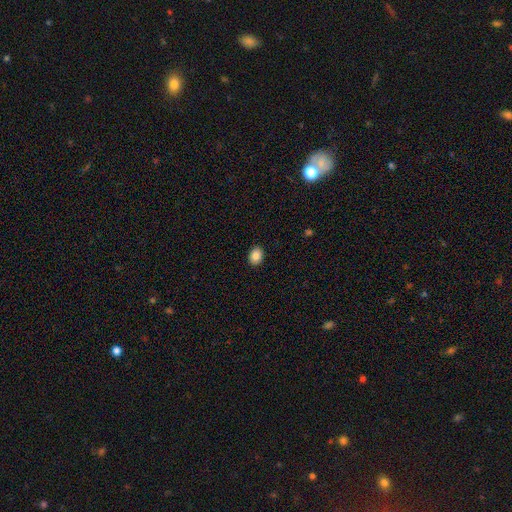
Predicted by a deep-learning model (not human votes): Morphology: type=smooth (86%); roundness=in between (63%); merging=none (90%).